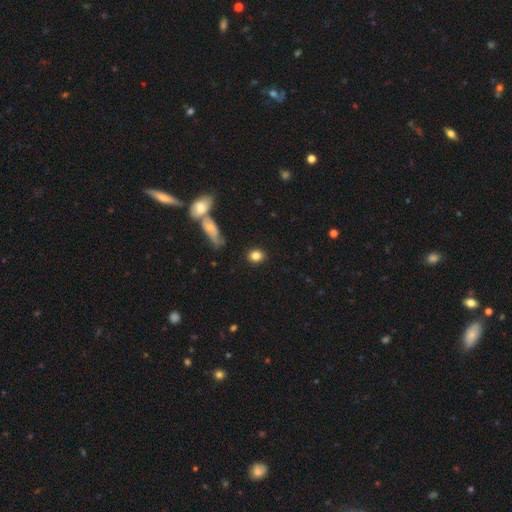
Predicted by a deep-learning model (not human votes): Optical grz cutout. It shows a smooth galaxy with no disk features (83%) that is round (52%). Merging: none (82%).